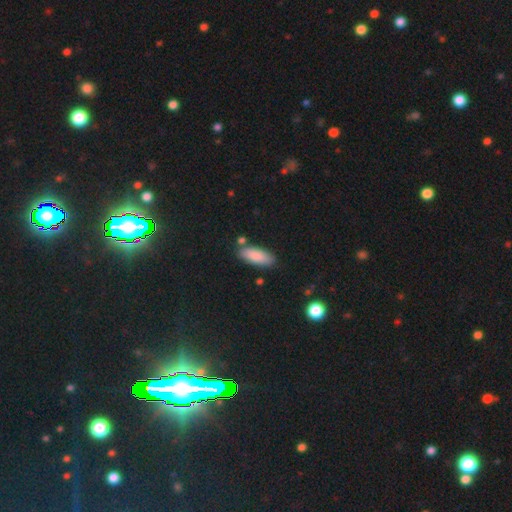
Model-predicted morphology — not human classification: This appears to be a smooth galaxy with no disk features (87%) that is in between round and cigar-shaped (74%). Merging: none (80%).